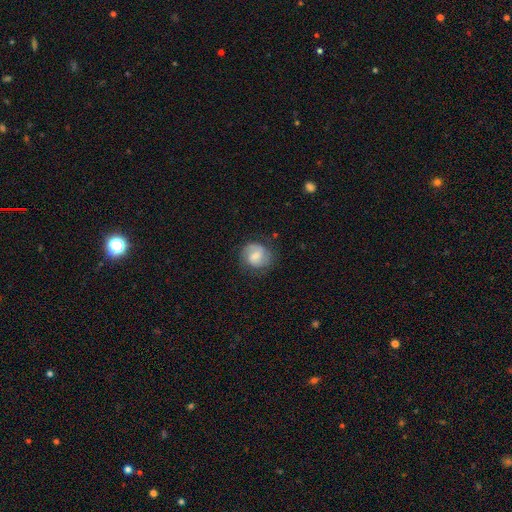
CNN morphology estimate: This is possibly a featured or disk galaxy (49%). Merging: likely none (72%).